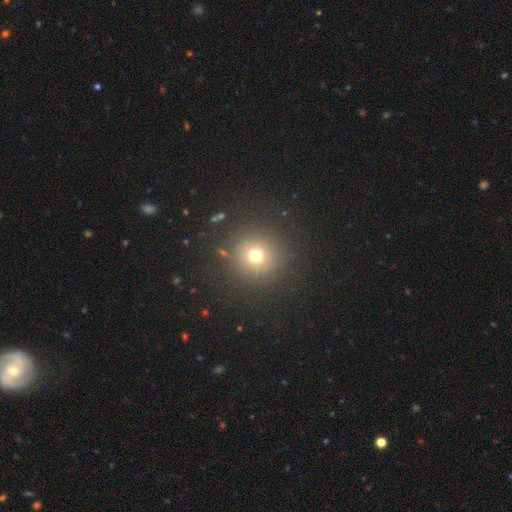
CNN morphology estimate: type=smooth (70%); roundness=round (94%); merging=none (87%).